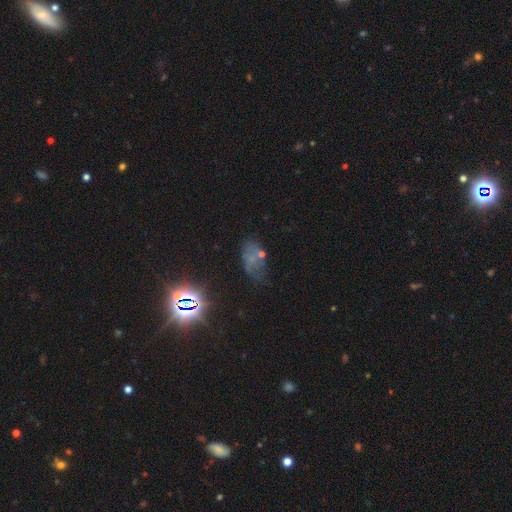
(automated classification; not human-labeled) A smooth galaxy with no disk features (47%). Merging: none (39%).